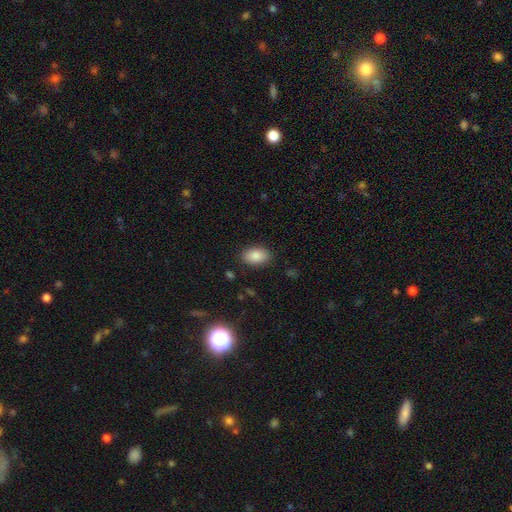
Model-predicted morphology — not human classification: Smooth or featured?
  - smooth: 87% *
  - star or artifact: 8%
  - featured or disk: 5%
How rounded?
  - in between: 90% *
  - round: 9%
  - cigar-shaped: 1%
Merging?
  - none: 86% *
  - minor disturbance: 10%
  - major disturbance: 3%
  - merger: 1%